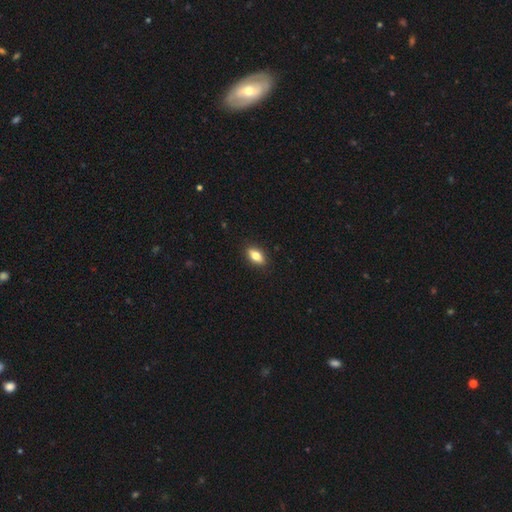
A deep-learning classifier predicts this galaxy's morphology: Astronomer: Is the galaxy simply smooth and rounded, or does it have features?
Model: smooth — 79%.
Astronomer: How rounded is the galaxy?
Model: in between — 86%.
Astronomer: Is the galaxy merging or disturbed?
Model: none — 90%.